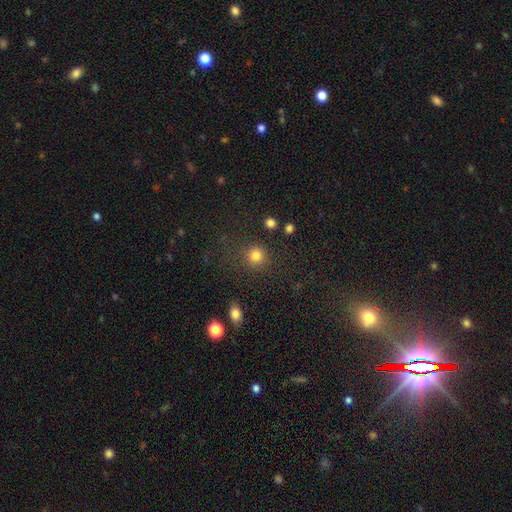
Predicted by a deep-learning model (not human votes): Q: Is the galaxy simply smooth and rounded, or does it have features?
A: smooth — 82%.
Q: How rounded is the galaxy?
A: round — 90%.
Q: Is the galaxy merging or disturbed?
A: none — 81%.